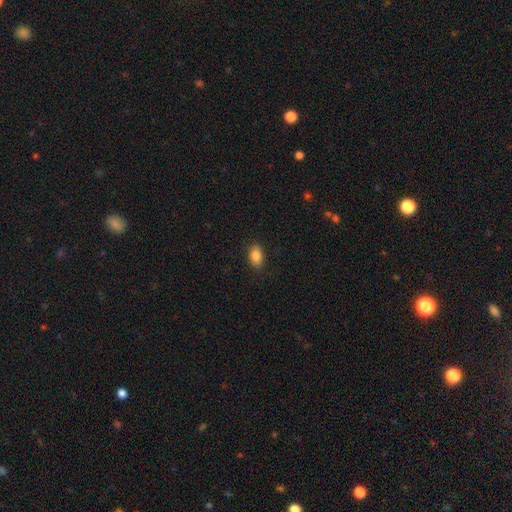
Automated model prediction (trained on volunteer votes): This appears to be a smooth galaxy with no disk features (86%) that is in between round and cigar-shaped (88%). Merging: none (88%).